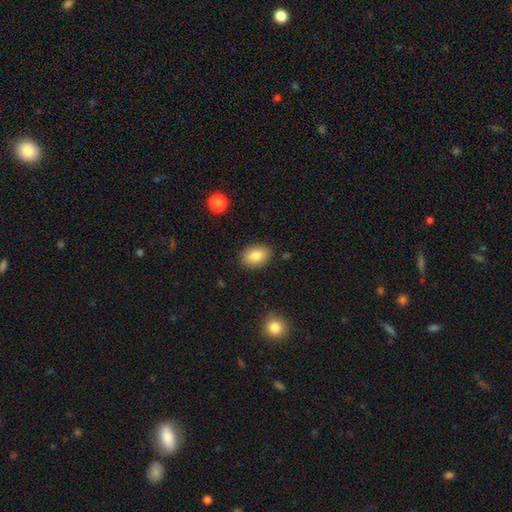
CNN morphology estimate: Smooth or featured? Predicted: smooth (p=0.82). How rounded? Predicted: in between (p=0.81). Merging? Predicted: none (p=0.87).